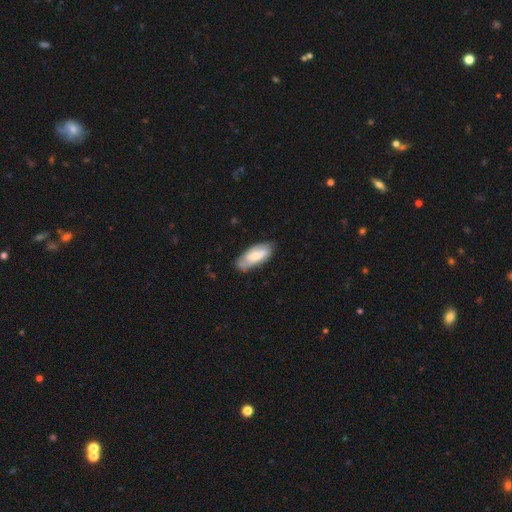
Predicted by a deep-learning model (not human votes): A featured or disk galaxy (48%).

Vote fractions:
- Smooth or featured? featured or disk: 48% / smooth: 46% / star or artifact: 6%
- Merging? none: 73% / minor disturbance: 21% / major disturbance: 5% / merger: 1%